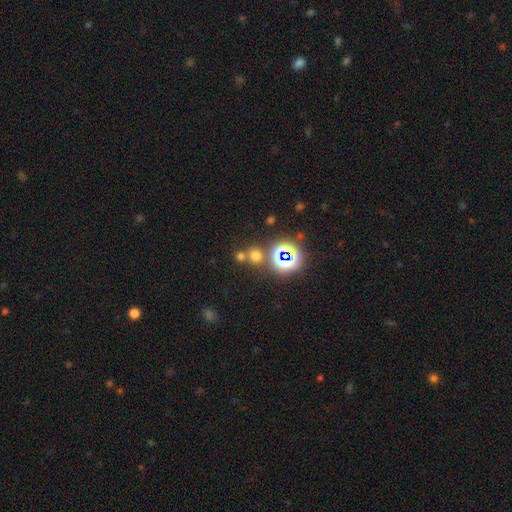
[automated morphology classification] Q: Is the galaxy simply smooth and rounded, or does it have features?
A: smooth — 57%.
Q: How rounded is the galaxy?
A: round — 89%.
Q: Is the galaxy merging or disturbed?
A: none — 66%.